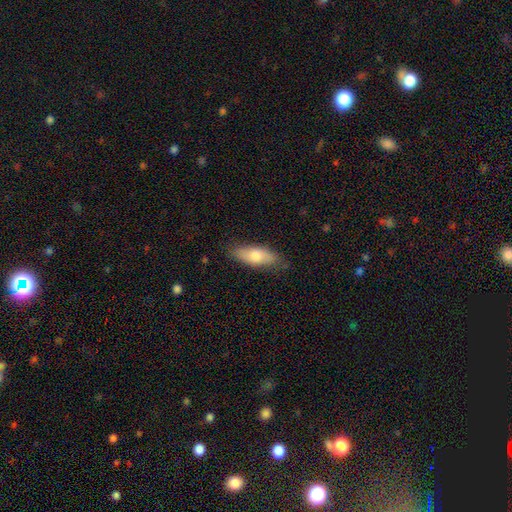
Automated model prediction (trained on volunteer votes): Smooth or featured? smooth (69%)
How rounded? in between (63%)
Merging? none (80%)